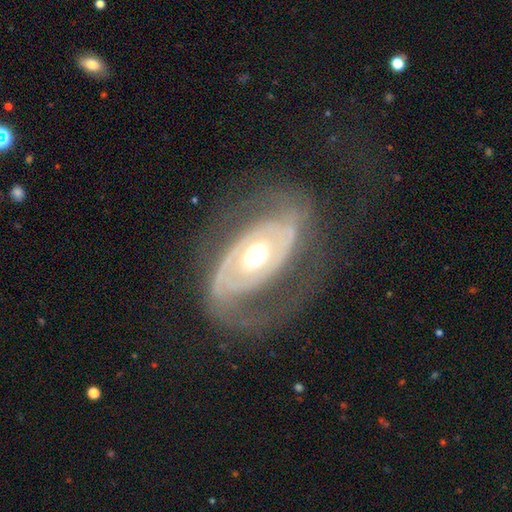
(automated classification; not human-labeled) The model was most divided on "spiral winding": tight: 41%, medium: 40%, loose: 20%. More confident: edge-on disk — no (94%); spiral arms — yes (88%); smooth or featured — featured or disk (86%); spiral arm count — 2 (70%); bulge size — moderate (68%); merging — none (62%); bar — no (61%).